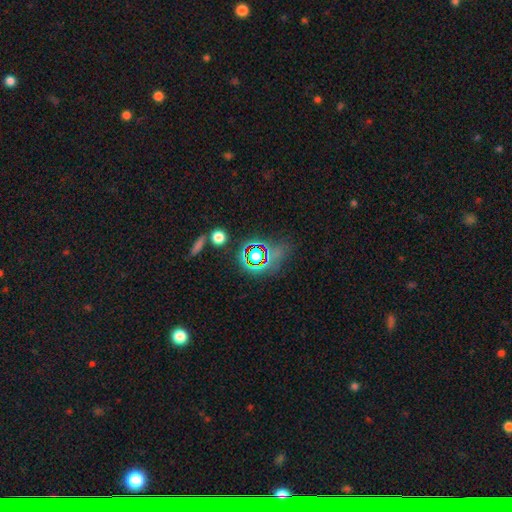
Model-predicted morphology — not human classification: A star or artifact, not a galaxy (57%).

Vote fractions:
- Smooth or featured? star or artifact: 57% / smooth: 30% / featured or disk: 13%